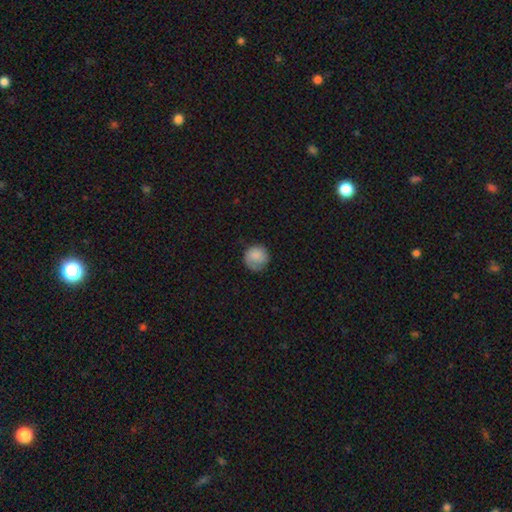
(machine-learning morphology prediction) Smooth or featured: smooth — 83% (featured or disk — 9%)
How rounded: round — 91% (in between — 8%)
Merging: none — 70% (minor disturbance — 22%)